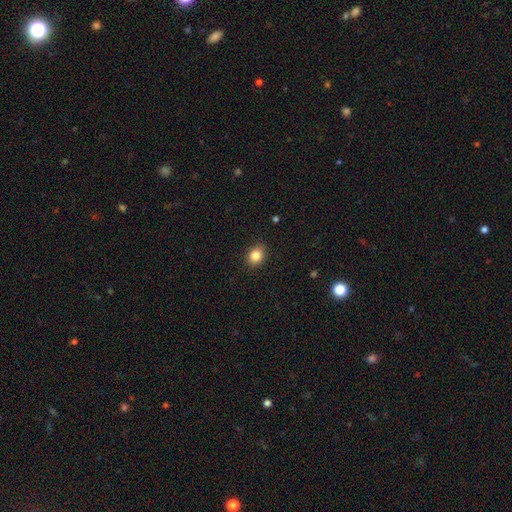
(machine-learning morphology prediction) The model was most divided on "how rounded": round: 51%, in between: 48%, cigar-shaped: 1%. More confident: merging — none (87%); smooth or featured — smooth (84%).